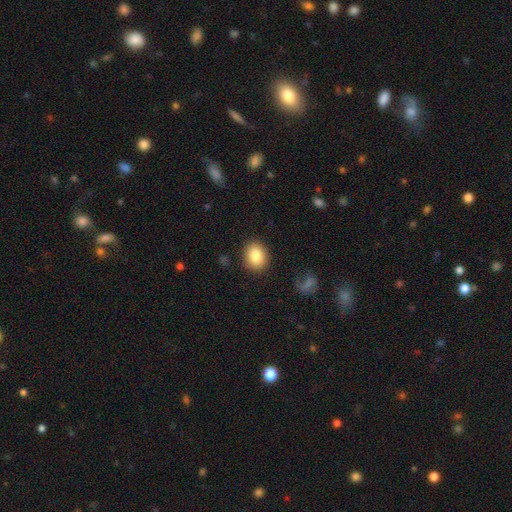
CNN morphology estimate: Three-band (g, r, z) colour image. It shows a smooth galaxy with no disk features (84%) that is in between round and cigar-shaped (53%). Merging: none (87%).